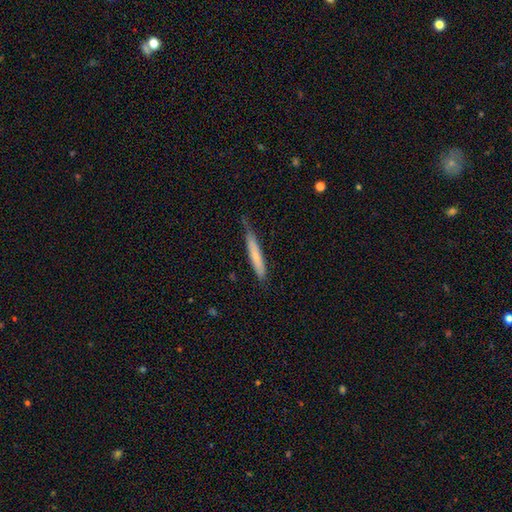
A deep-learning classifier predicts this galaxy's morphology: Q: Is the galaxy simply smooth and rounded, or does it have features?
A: smooth — 65%.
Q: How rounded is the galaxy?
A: cigar-shaped — 94%.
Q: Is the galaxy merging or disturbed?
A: none — 66%.